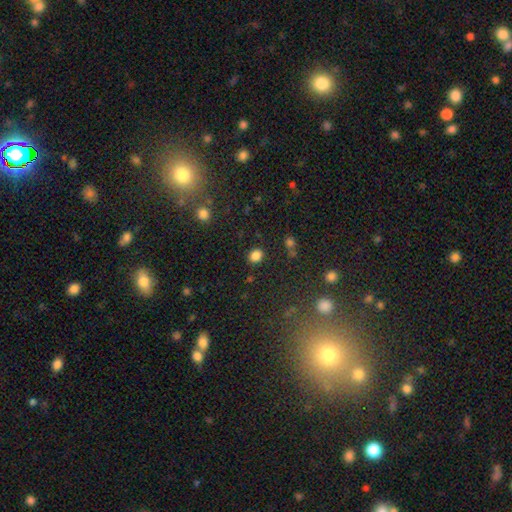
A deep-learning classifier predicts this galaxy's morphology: A smooth galaxy with no disk features (83%) that is round (69%). Merging: none (88%).